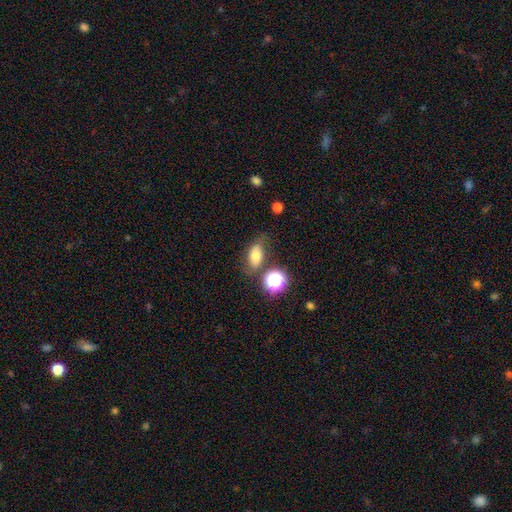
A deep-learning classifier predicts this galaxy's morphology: Q: Smooth or featured?
A: smooth (68%); runner-up: featured or disk (18%)
Q: How rounded?
A: in between (80%); runner-up: round (15%)
Q: Merging?
A: none (61%); runner-up: minor disturbance (21%)